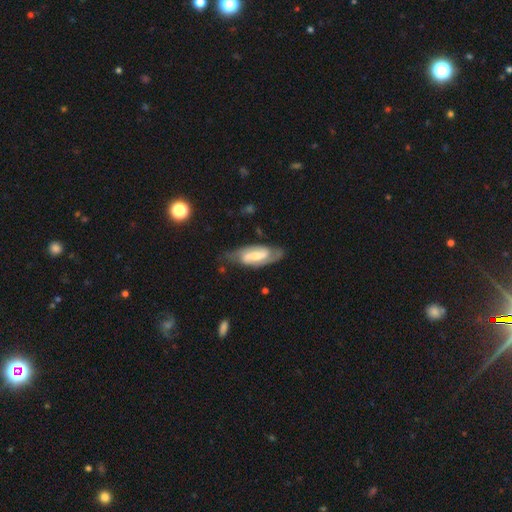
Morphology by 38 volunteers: This is clearly a featured or disk galaxy (89%). It is clearly not viewed edge-on (94%). Bar: marginally strong (41%, tied with weak). Spiral arm pattern: clearly yes (100%). Spiral arm count: clearly 2 (100%). Spiral winding: marginally medium (38%). Central bulge: likely moderate (66%). Merging: likely none (79%).